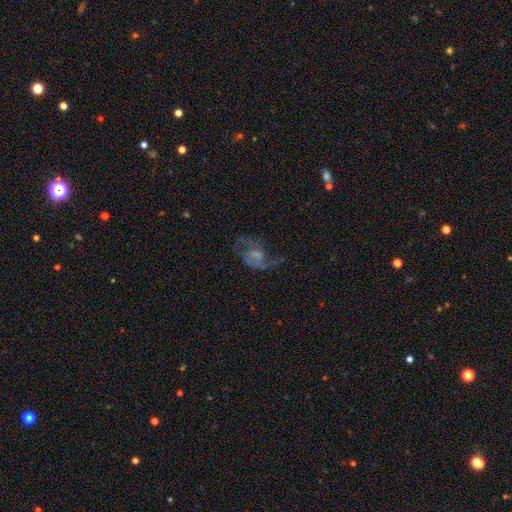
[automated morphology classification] Smooth or featured? featured or disk (64%)
Edge-on disk? no (97%)
Bar? no (51%)
Spiral arms? yes (72%)
Bulge size? small (36%)
Merging? none (40%)